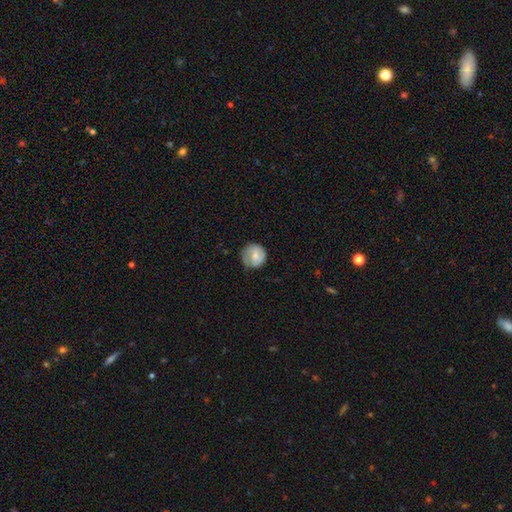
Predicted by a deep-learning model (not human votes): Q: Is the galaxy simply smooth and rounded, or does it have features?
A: smooth — 66%.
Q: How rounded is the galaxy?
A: round — 90%.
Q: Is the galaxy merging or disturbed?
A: none — 64%.